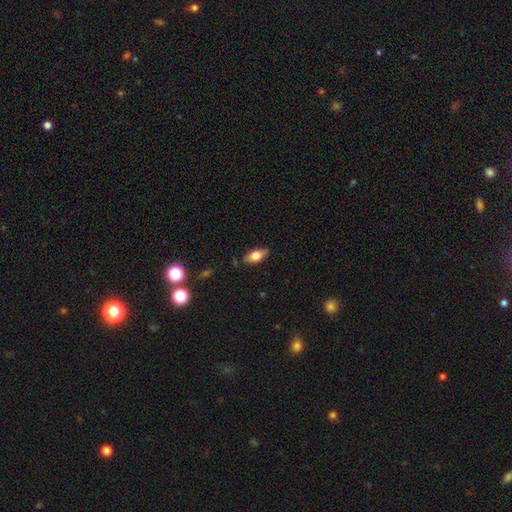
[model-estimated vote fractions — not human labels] Q: Smooth or featured?
A: smooth (73%); runner-up: featured or disk (20%)
Q: How rounded?
A: in between (86%); runner-up: cigar-shaped (10%)
Q: Merging?
A: none (83%); runner-up: minor disturbance (13%)